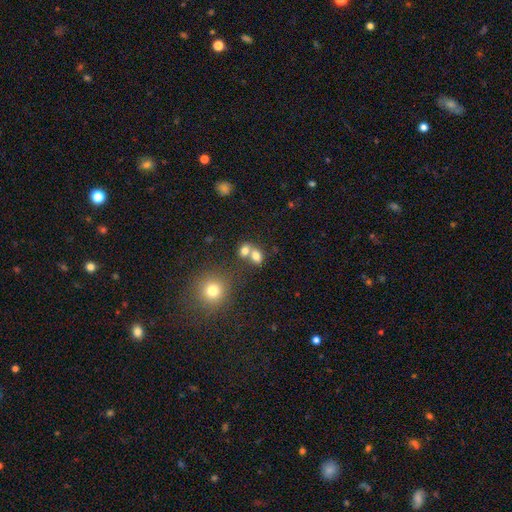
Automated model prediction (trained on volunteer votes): Smooth or featured? Predicted: smooth (p=0.76). How rounded? Predicted: in between (p=0.61). Merging? Predicted: merger (p=0.54).